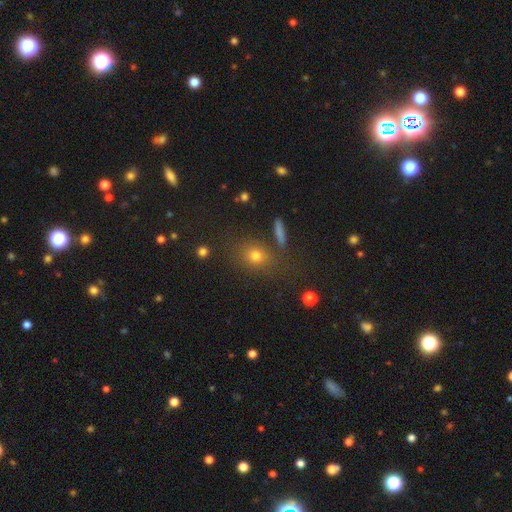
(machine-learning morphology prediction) This appears to be a smooth galaxy with no disk features (70%) that is round (61%). Merging: none (76%).